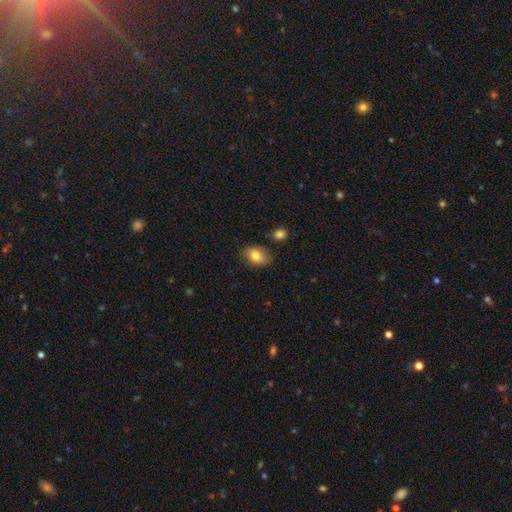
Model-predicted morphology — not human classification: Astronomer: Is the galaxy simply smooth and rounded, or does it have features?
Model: smooth — 75%.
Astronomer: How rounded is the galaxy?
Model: in between — 80%.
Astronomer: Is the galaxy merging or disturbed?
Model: none — 73%.